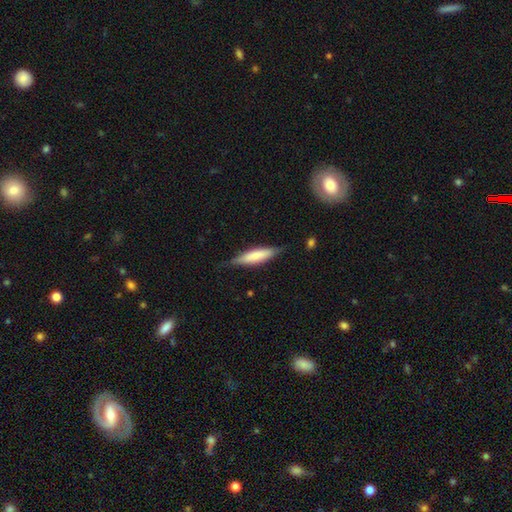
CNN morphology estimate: This is likely a smooth galaxy (64%). How rounded: likely cigar-shaped (67%). Merging: likely none (73%).